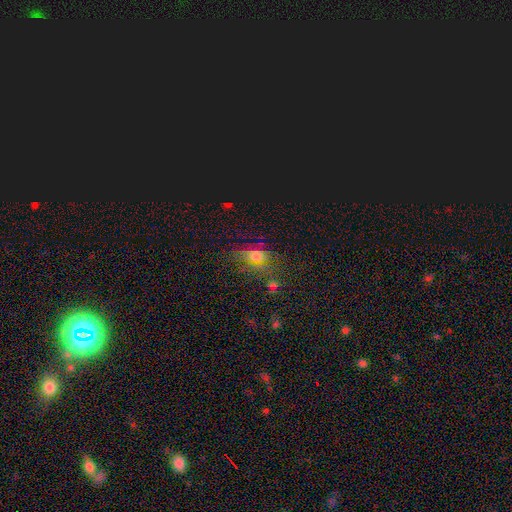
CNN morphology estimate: Smooth or featured: smooth — 44% (star or artifact — 43%)
Merging: none — 68% (minor disturbance — 16%)